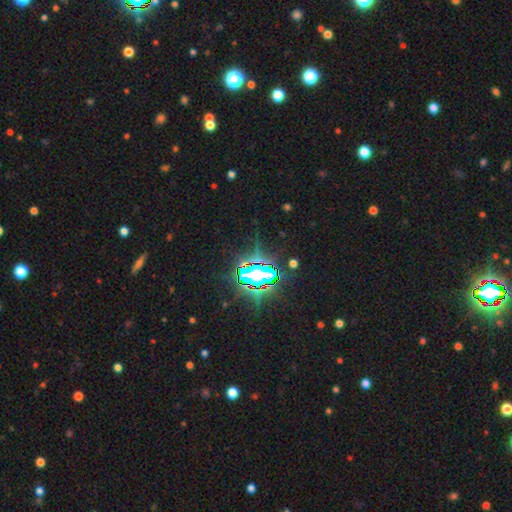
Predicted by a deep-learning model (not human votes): A star or artifact, not a galaxy (81%).